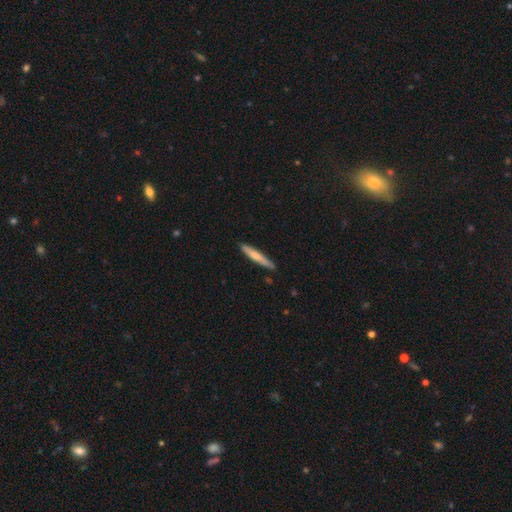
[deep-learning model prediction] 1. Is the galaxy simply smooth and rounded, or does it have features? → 65% smooth, 30% featured or disk, 5% star or artifact.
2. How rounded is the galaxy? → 93% cigar-shaped, 5% in between, 1% round.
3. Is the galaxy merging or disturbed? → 86% none, 11% minor disturbance, 2% major disturbance, 1% merger.